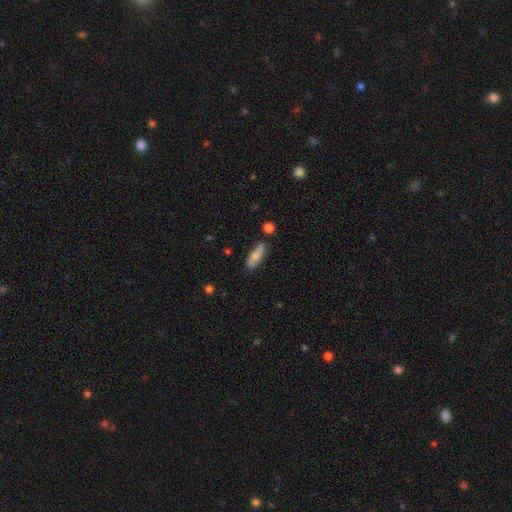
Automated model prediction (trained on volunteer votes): Morphology: type=smooth (74%); roundness=in between (58%); merging=none (77%).